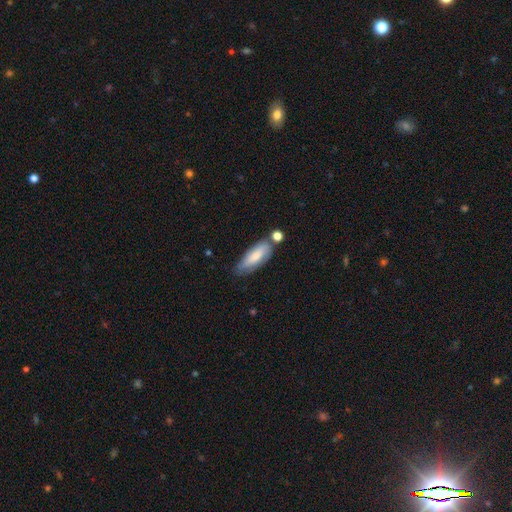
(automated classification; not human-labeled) Smooth or featured? smooth (72%)
How rounded? in between (66%)
Merging? none (57%)